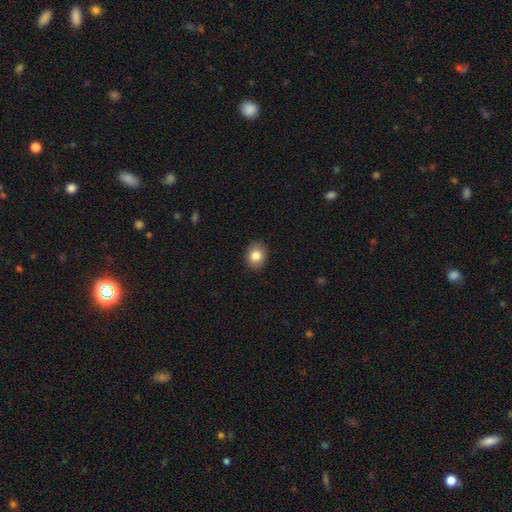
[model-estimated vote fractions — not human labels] smooth 83%, star or artifact 9%, featured or disk 8%. Down the decision tree: how rounded — round (55%); merging — none (90%).